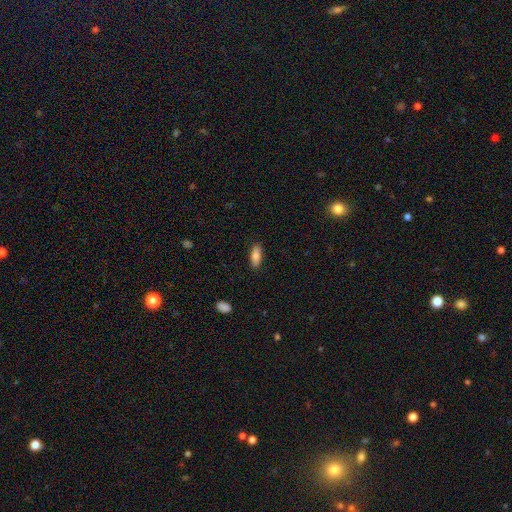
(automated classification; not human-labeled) Smooth or featured? Predicted: smooth (p=0.80). How rounded? Predicted: in between (p=0.71). Merging? Predicted: none (p=0.88).